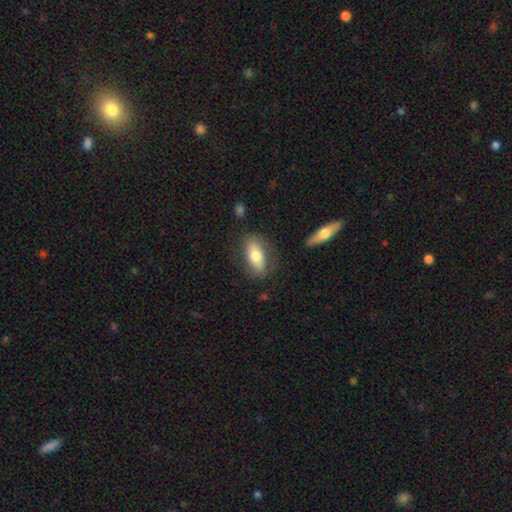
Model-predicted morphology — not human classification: Smooth or featured: smooth — 67% (featured or disk — 27%)
How rounded: in between — 83% (cigar-shaped — 12%)
Merging: none — 77% (minor disturbance — 15%)